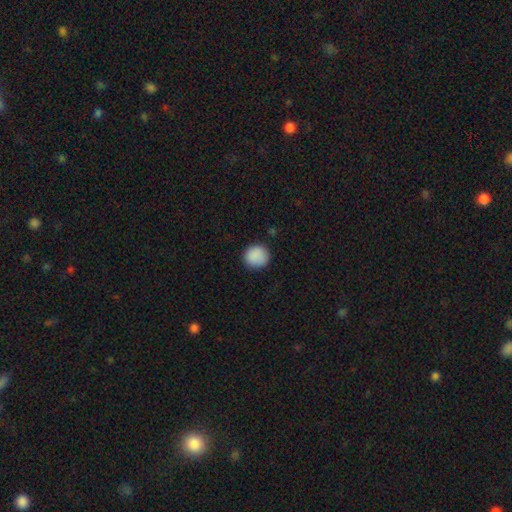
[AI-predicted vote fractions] Morphology: type=smooth (89%); roundness=round (89%); merging=none (88%).